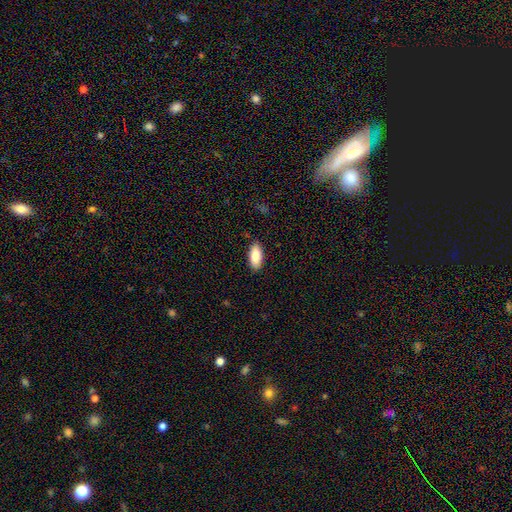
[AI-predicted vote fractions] This appears to be a smooth galaxy with no disk features (85%) that is in between round and cigar-shaped (90%). Merging: none (88%).